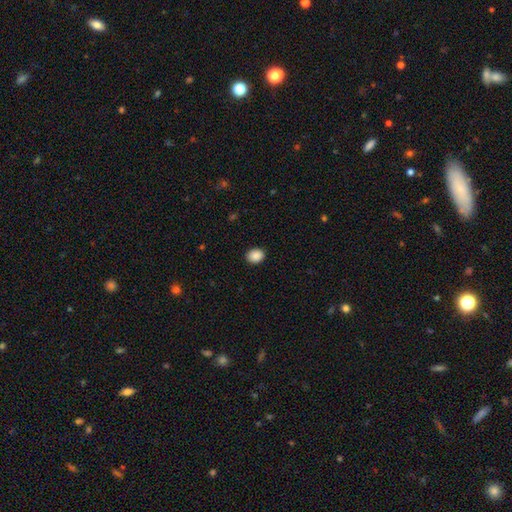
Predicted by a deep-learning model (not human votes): smooth 89%, star or artifact 8%, featured or disk 3%. Down the decision tree: how rounded — round (59%); merging — none (91%).